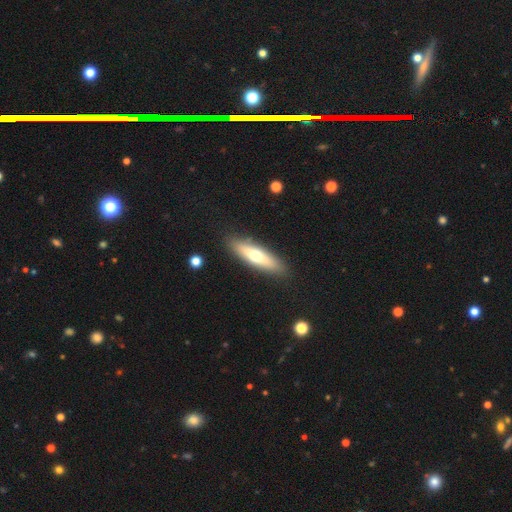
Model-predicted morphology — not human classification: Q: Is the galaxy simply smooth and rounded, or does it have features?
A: smooth — 55%.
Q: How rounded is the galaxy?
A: cigar-shaped — 63%.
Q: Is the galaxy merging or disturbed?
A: none — 88%.